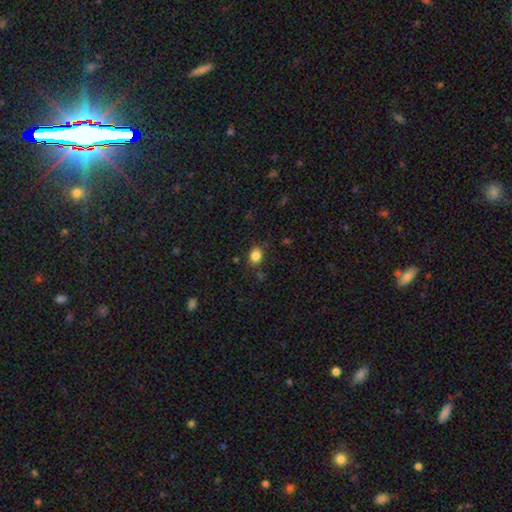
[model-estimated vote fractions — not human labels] The model was most divided on "how rounded": in between: 54%, round: 45%, cigar-shaped: 1%. More confident: smooth or featured — smooth (84%); merging — none (82%).